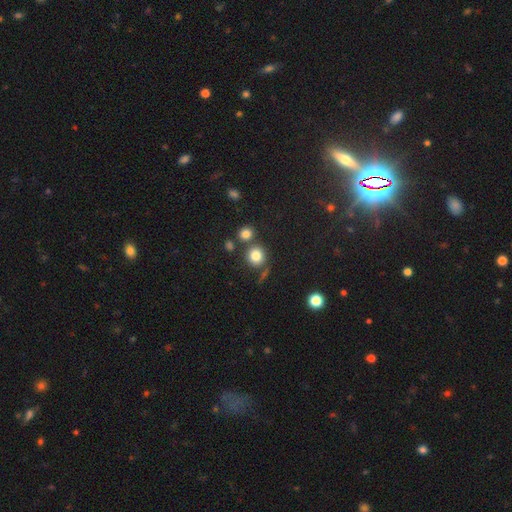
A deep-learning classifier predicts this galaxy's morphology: This is clearly a smooth galaxy (81%). How rounded: clearly round (88%). Merging: likely none (70%).